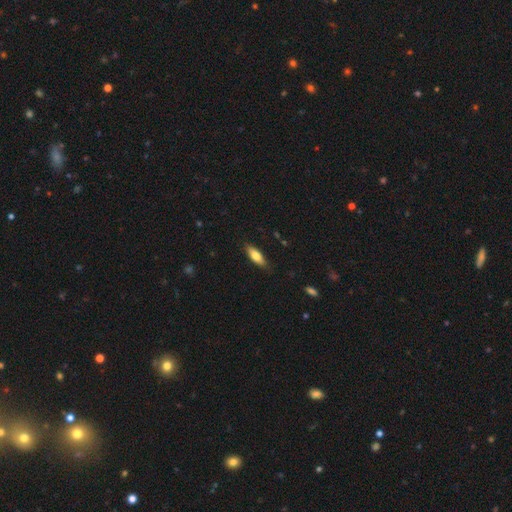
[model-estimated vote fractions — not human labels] A smooth galaxy with no disk features (74%) that is in between round and cigar-shaped (65%).

Vote fractions:
- Smooth or featured? smooth: 74% / featured or disk: 20% / star or artifact: 6%
- How rounded? in between: 65% / cigar-shaped: 33% / round: 2%
- Merging? none: 85% / minor disturbance: 12% / major disturbance: 2% / merger: 1%